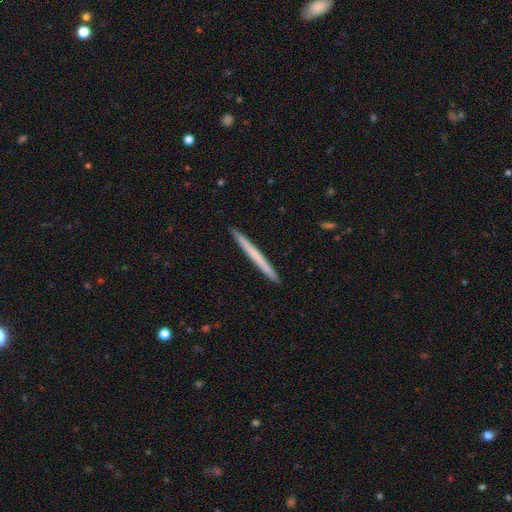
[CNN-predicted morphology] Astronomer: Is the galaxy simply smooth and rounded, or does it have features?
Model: smooth — 57% (runner-up: featured or disk, 38%).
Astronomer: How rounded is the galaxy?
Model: cigar-shaped — 98%.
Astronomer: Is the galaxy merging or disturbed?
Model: none — 93%.